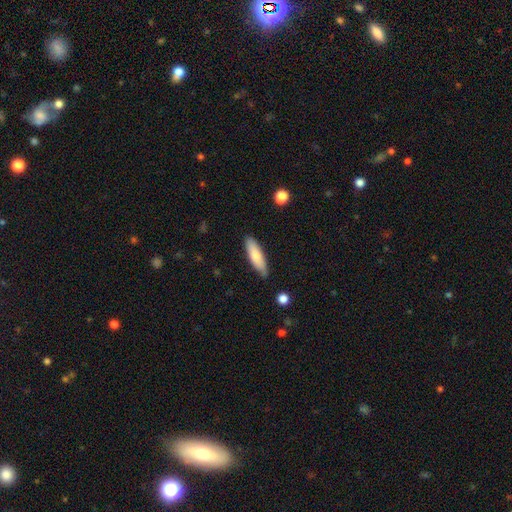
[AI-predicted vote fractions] A smooth galaxy with no disk features (76%) that is cigar-shaped (56%). Merging: none (82%).